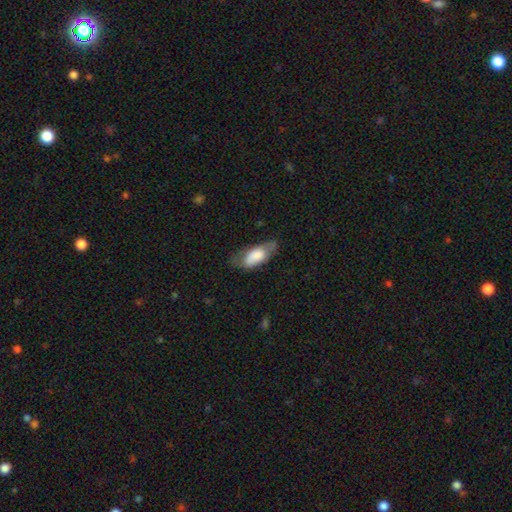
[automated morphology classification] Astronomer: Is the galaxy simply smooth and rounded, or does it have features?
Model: smooth — 74%.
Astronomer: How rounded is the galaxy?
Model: in between — 84%.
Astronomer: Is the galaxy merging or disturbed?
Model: none — 51% (runner-up: minor disturbance, 33%).